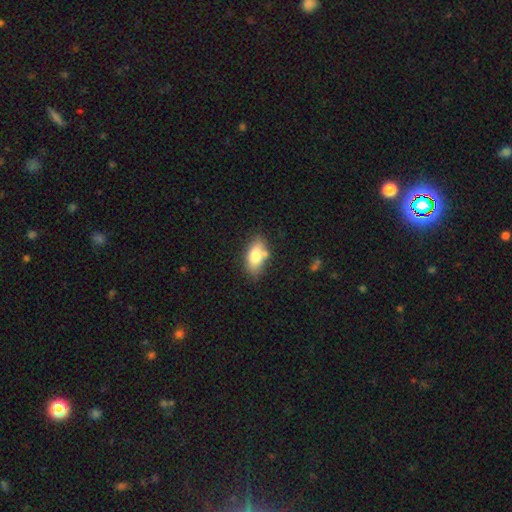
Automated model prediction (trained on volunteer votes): Overall: smooth (78%). How rounded: in between (88%). Merging: none (71%).